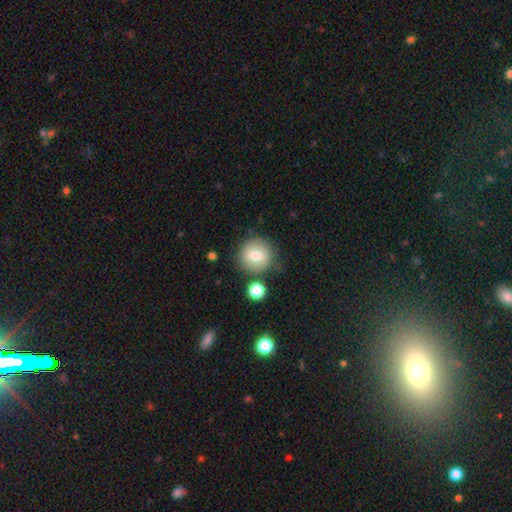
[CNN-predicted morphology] Overall: smooth (76%). How rounded: round (91%). Merging: none (78%).